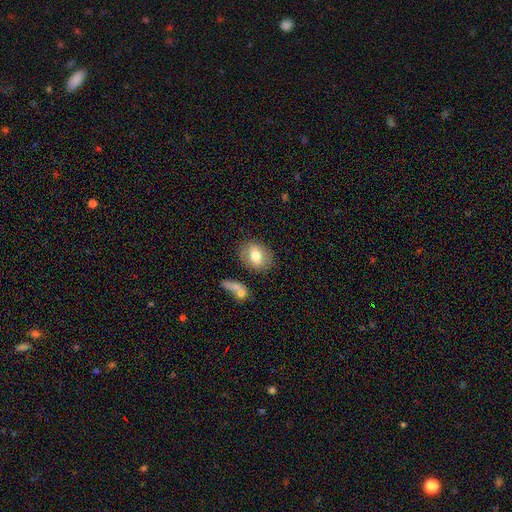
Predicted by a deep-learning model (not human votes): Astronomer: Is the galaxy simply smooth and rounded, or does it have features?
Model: smooth — 74%.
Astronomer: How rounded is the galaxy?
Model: in between — 57% (runner-up: round, 41%).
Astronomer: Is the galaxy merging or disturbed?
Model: none — 77%.